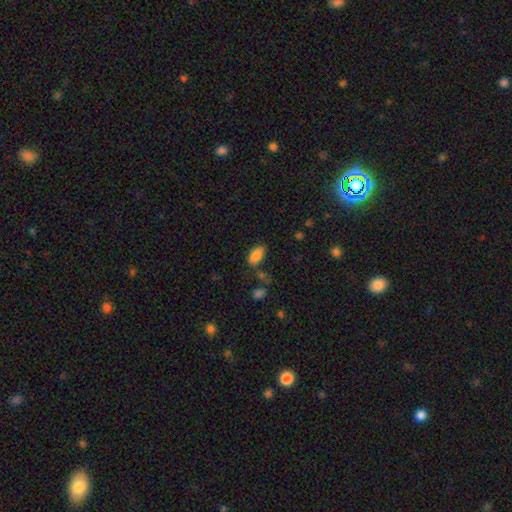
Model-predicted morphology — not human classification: A smooth galaxy with no disk features (86%) that is in between round and cigar-shaped (92%). Merging: none (70%).